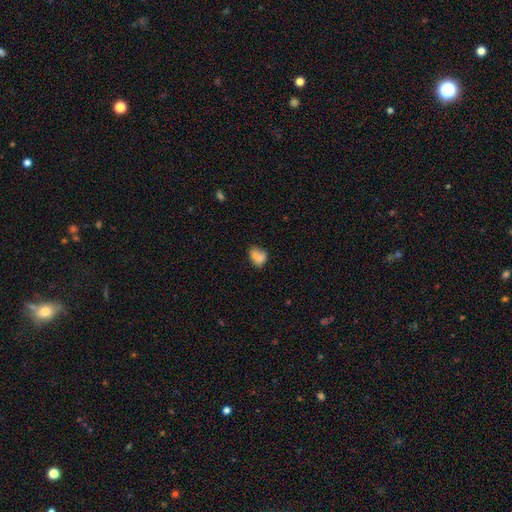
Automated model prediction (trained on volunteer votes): This appears to be a smooth galaxy with no disk features (73%) that is in between round and cigar-shaped (64%). Merging: none (45%).